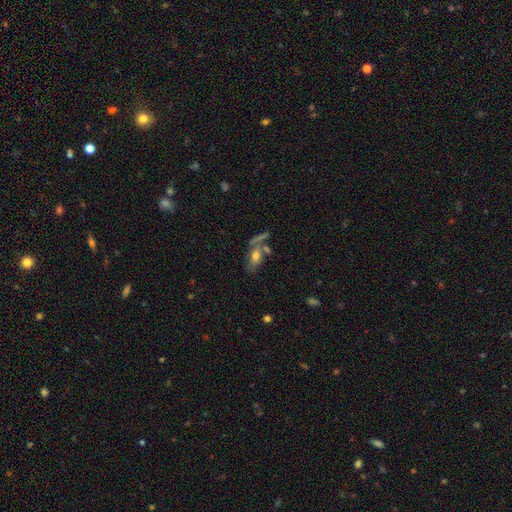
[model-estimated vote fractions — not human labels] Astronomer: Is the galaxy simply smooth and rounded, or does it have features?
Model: smooth — 60%.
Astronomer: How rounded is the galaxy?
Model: in between — 81%.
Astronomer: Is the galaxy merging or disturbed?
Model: none — 45% (runner-up: merger, 28%).